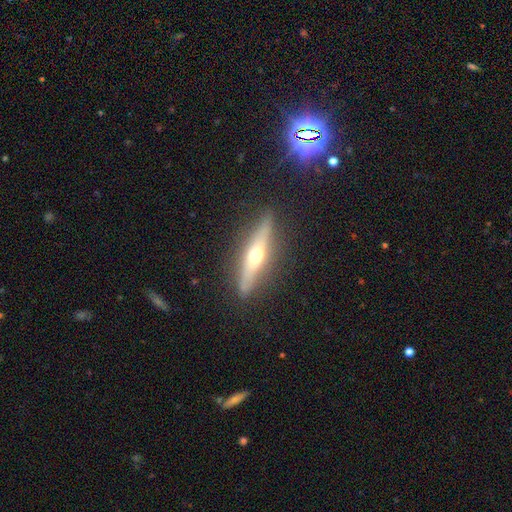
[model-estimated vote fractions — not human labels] smooth-or-featured: featured or disk: 63% | smooth: 31% | star or artifact: 7%
  disk-edge-on: yes: 91% | no: 9%
    edge-on-bulge: rounded: 92% | none: 5% | boxy: 3%
  merging: none: 86% | minor disturbance: 10% | major disturbance: 3% | merger: 1%